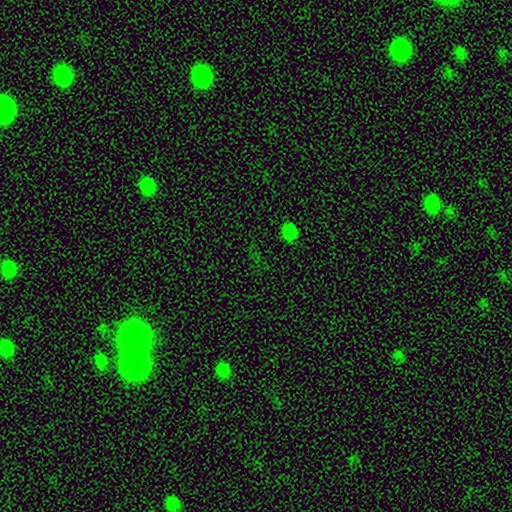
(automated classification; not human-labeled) This is possibly a star or artifact rather than a galaxy (58%).